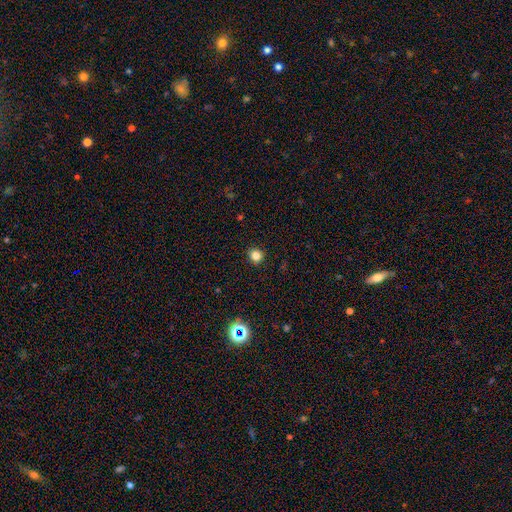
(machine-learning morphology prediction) Smooth or featured? Predicted: smooth (p=0.82). How rounded? Predicted: round (p=0.90). Merging? Predicted: none (p=0.92).